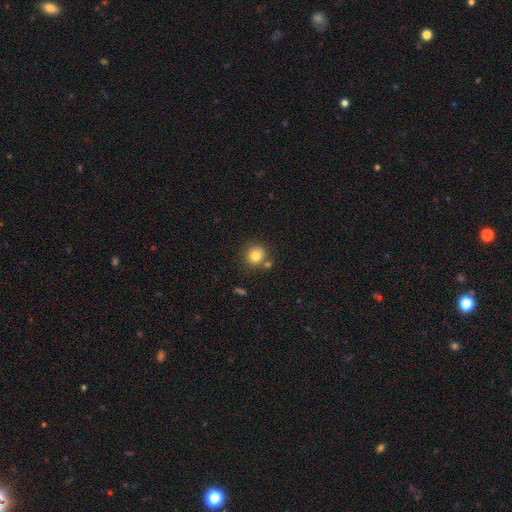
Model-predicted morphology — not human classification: type=smooth (81%); roundness=round (91%); merging=none (73%).